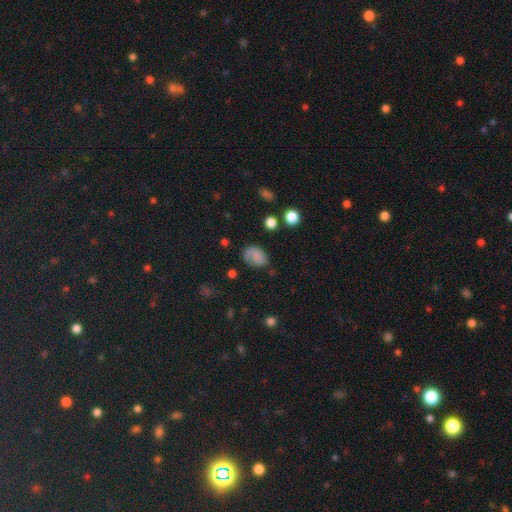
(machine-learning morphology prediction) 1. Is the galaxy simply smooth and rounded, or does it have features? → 72% smooth, 16% featured or disk, 12% star or artifact.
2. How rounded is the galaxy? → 77% in between, 22% round, 1% cigar-shaped.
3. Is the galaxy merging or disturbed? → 59% none, 26% minor disturbance, 12% major disturbance, 3% merger.